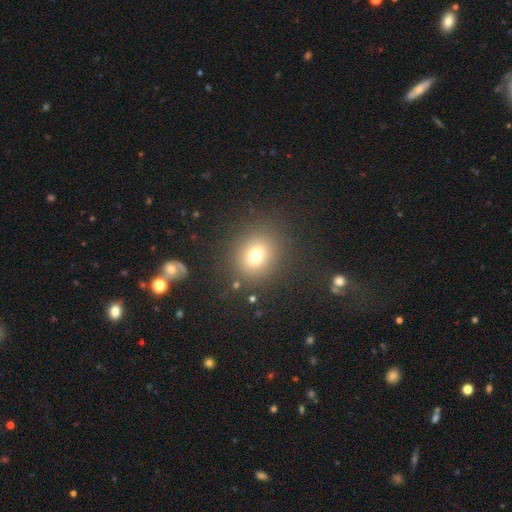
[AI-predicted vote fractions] Morphology: type=smooth (73%); roundness=round (75%); merging=none (85%).